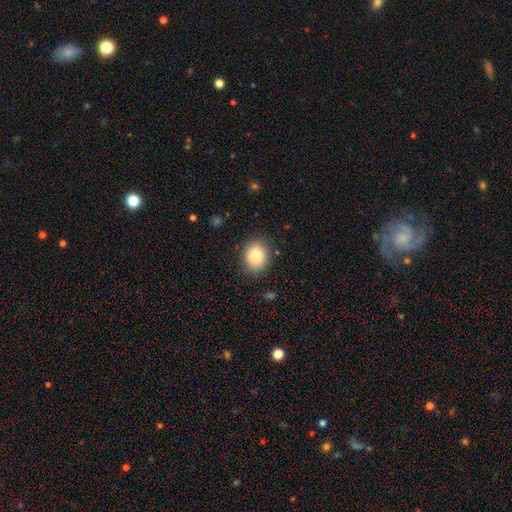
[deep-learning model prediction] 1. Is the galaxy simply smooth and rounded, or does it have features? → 83% smooth, 9% star or artifact, 8% featured or disk.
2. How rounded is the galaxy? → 57% round, 42% in between, 1% cigar-shaped.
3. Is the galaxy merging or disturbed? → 85% none, 11% minor disturbance, 3% major disturbance, 1% merger.